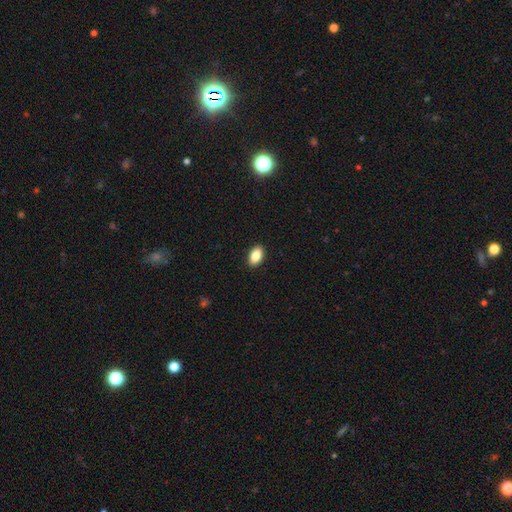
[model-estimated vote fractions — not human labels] smooth_or_featured: smooth (p=0.85) [alt: star or artifact p=0.08]
how_rounded: in between (p=0.91) [alt: round p=0.06]
merging: none (p=0.91) [alt: minor disturbance p=0.07]